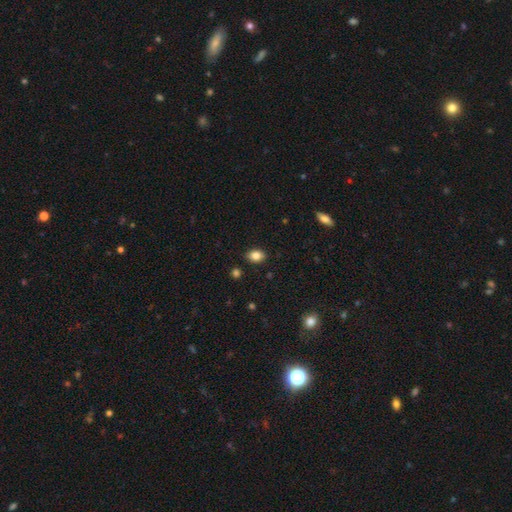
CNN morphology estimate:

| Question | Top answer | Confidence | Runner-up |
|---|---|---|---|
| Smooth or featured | smooth | 85% | star or artifact (9%) |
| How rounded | in between | 78% | round (21%) |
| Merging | none | 87% | minor disturbance (9%) |